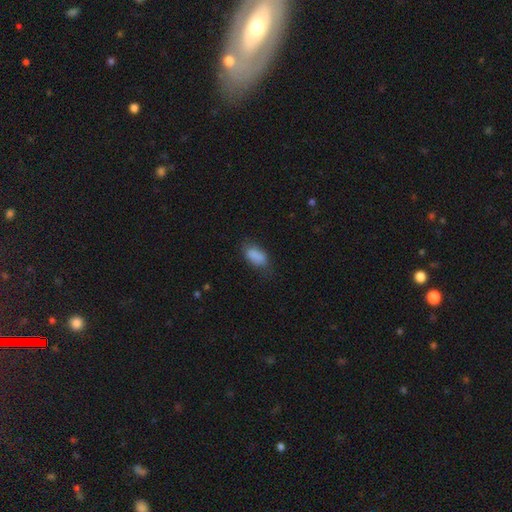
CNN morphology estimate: Overall: smooth (86%). How rounded: in between (90%). Merging: none (67%).